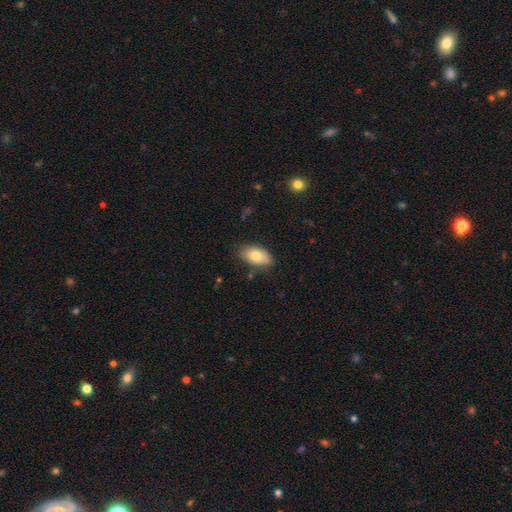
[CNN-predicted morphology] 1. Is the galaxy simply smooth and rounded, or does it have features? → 79% smooth, 15% featured or disk, 7% star or artifact.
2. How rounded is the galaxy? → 92% in between, 5% round, 3% cigar-shaped.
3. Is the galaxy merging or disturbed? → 79% none, 16% minor disturbance, 3% major disturbance, 2% merger.